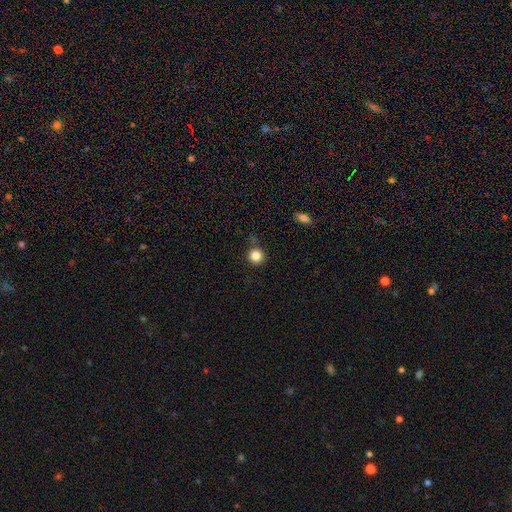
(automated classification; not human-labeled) smooth_or_featured: smooth (p=0.85) [alt: star or artifact p=0.11]
how_rounded: round (p=0.94) [alt: in between p=0.05]
merging: none (p=0.81) [alt: minor disturbance p=0.11]